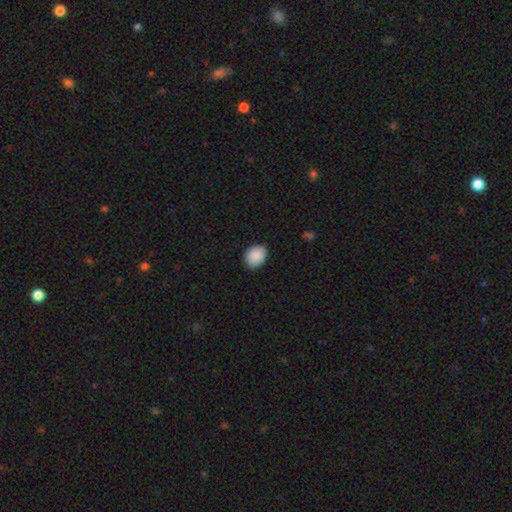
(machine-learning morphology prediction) A smooth galaxy with no disk features (90%) that is in between round and cigar-shaped (52%). Merging: none (87%).